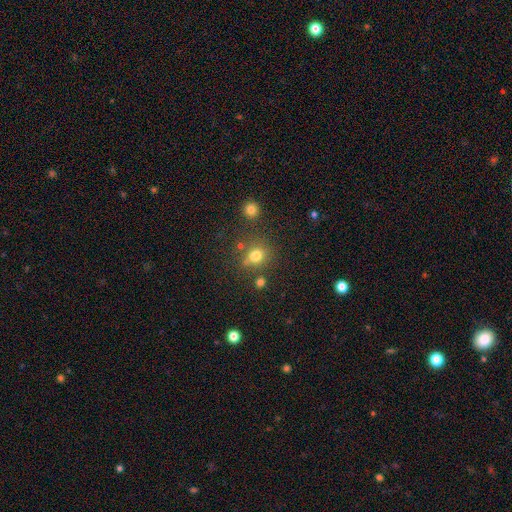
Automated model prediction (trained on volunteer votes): Q: Smooth or featured?
A: smooth (75%); runner-up: star or artifact (17%)
Q: How rounded?
A: round (66%); runner-up: in between (32%)
Q: Merging?
A: none (64%); runner-up: minor disturbance (15%)